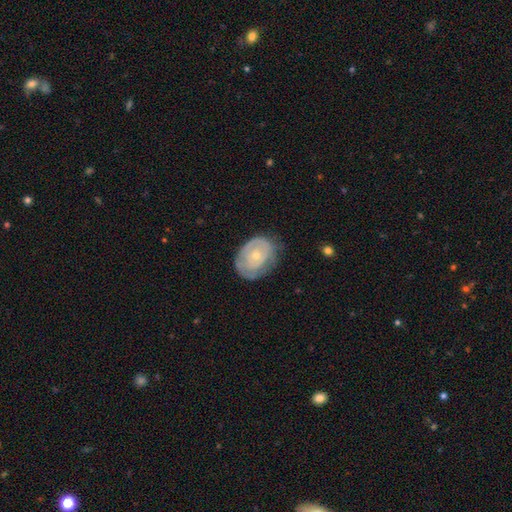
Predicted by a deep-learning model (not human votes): featured or disk 60%, smooth 34%, star or artifact 6%. Down the decision tree: edge-on disk — no (96%); bar — no (85%); spiral arms — yes (58%); bulge size — small (64%); merging — none (64%).